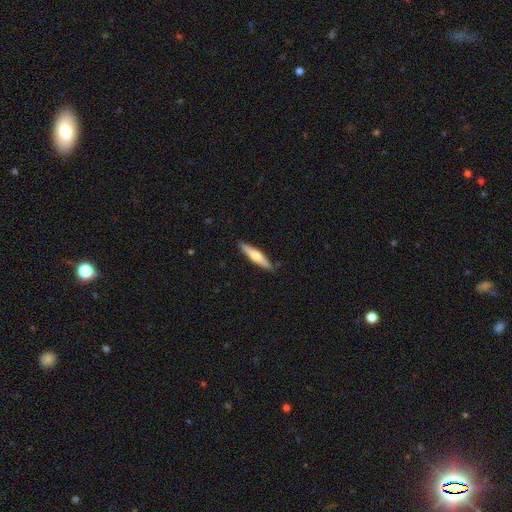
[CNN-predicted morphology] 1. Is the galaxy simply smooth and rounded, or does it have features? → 50% smooth, 45% featured or disk, 5% star or artifact.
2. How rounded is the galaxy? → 85% cigar-shaped, 14% in between, 1% round.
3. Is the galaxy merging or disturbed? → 90% none, 8% minor disturbance, 1% major disturbance, 1% merger.